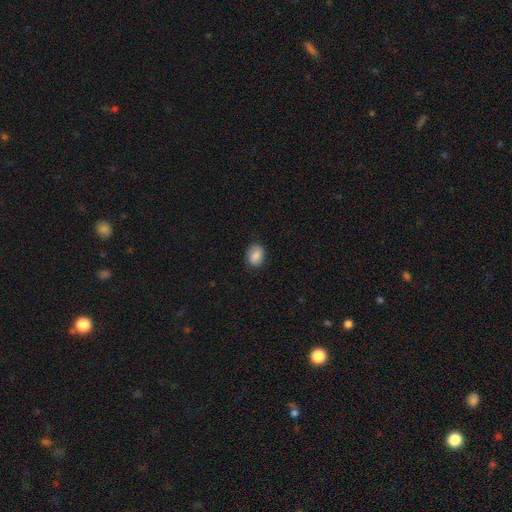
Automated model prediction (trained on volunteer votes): A smooth galaxy with no disk features (81%) that is in between round and cigar-shaped (58%). Merging: none (84%).